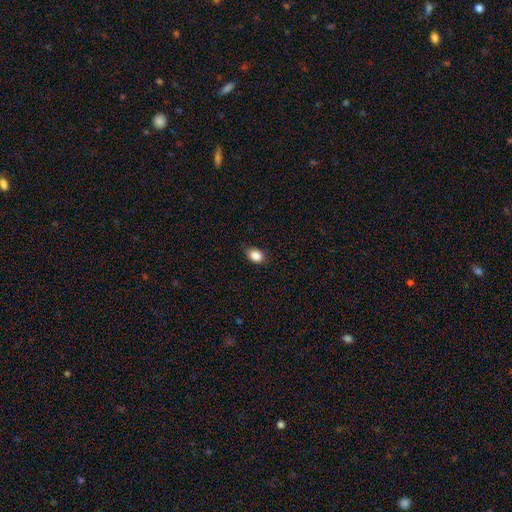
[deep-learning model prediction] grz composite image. It shows a smooth galaxy with no disk features (88%) that is in between round and cigar-shaped (75%). Merging: none (82%).